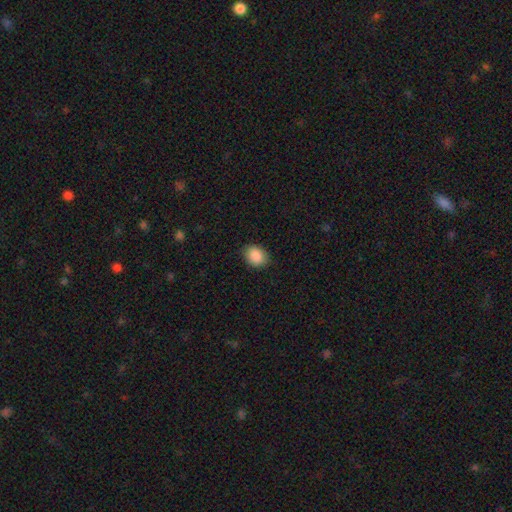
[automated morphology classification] Smooth or featured: smooth — 89% (star or artifact — 8%)
How rounded: in between — 61% (round — 38%)
Merging: none — 85% (minor disturbance — 12%)